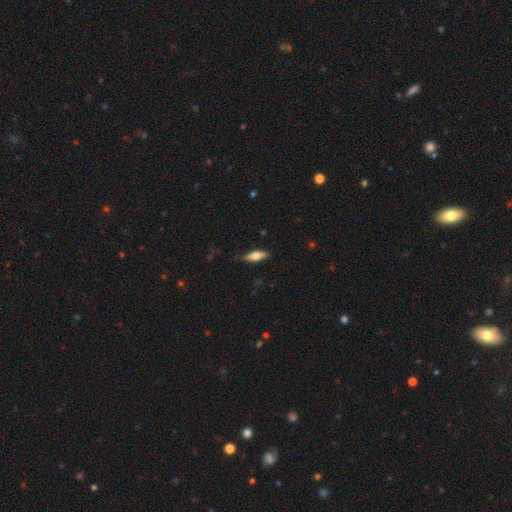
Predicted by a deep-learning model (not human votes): Smooth or featured? Predicted: smooth (p=0.59). How rounded? Predicted: cigar-shaped (p=0.51). Merging? Predicted: none (p=0.84).